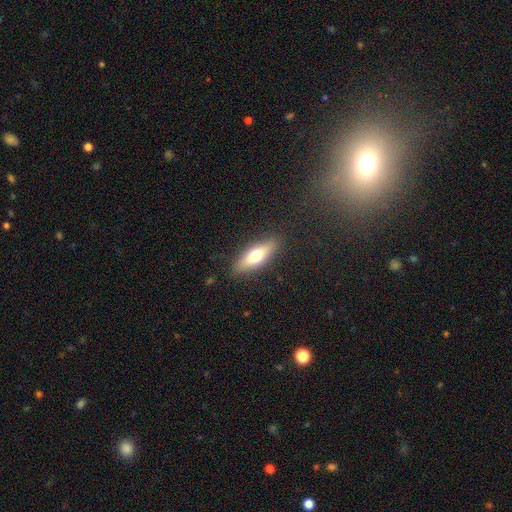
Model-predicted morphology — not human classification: This is likely a smooth galaxy (61%). How rounded: possibly in between (52%). Merging: clearly none (87%).